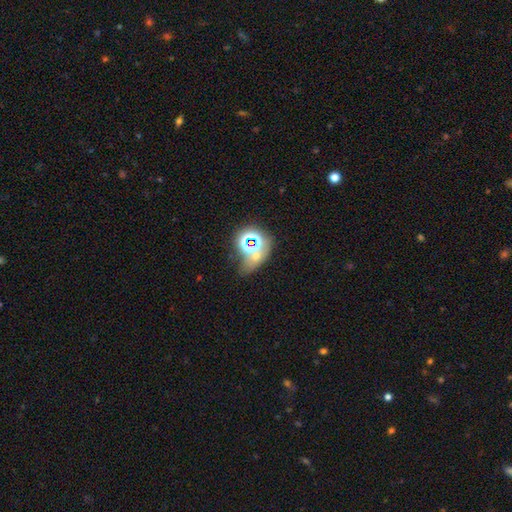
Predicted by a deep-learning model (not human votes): Smooth or featured? Predicted: star or artifact (p=0.44).